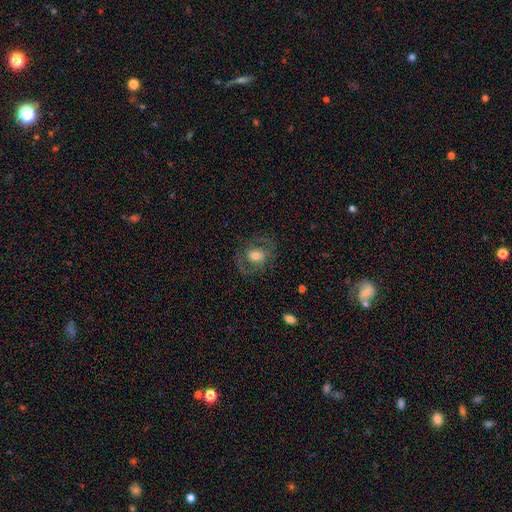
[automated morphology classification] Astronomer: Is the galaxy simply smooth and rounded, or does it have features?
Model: featured or disk — 51% (runner-up: smooth, 40%).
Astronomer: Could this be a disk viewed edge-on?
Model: no — 95%.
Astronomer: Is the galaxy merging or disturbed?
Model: none — 71%.